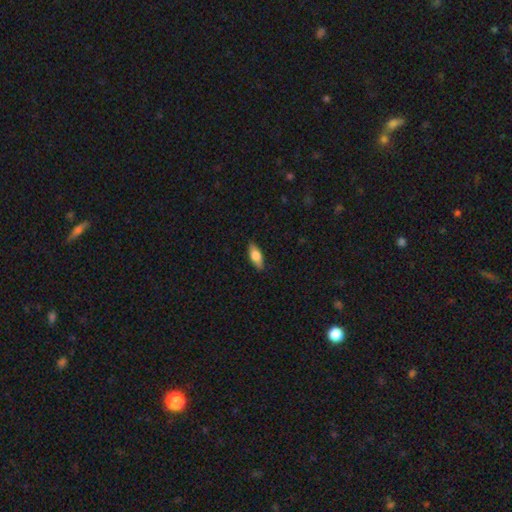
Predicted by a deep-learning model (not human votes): Smooth or featured?
  - smooth: 65% *
  - featured or disk: 28%
  - star or artifact: 7%
How rounded?
  - in between: 74% *
  - cigar-shaped: 23%
  - round: 3%
Merging?
  - none: 87% *
  - minor disturbance: 10%
  - major disturbance: 2%
  - merger: 1%